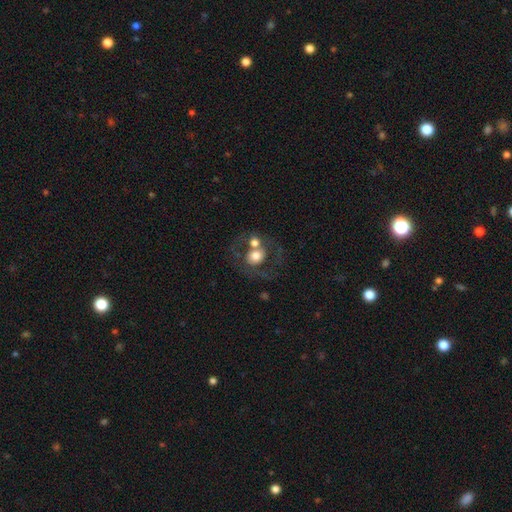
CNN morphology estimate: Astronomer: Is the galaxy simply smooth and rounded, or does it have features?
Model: smooth — 55% (runner-up: featured or disk, 35%).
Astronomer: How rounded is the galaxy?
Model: round — 75%.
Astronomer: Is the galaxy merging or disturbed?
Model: none — 46% (runner-up: merger, 32%).